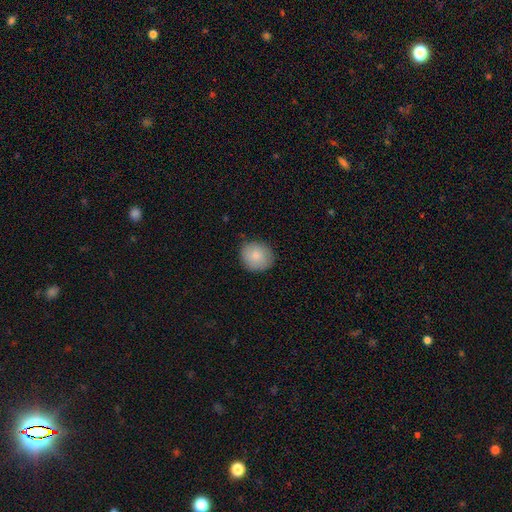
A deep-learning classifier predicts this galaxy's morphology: Smooth or featured: smooth — 84% (featured or disk — 9%)
How rounded: round — 80% (in between — 19%)
Merging: none — 82% (minor disturbance — 15%)